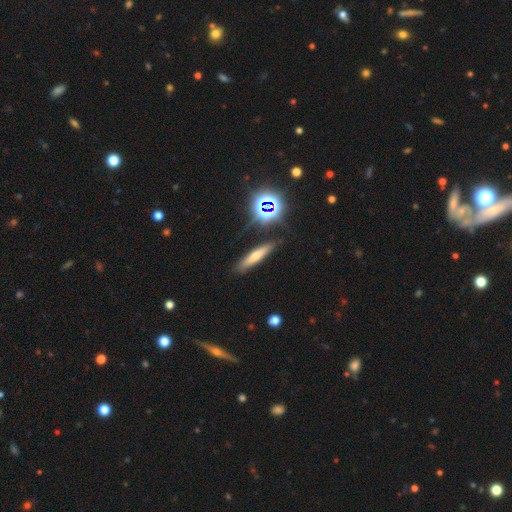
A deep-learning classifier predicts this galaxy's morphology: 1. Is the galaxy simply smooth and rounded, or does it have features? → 50% smooth, 30% featured or disk, 20% star or artifact.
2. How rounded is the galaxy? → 80% cigar-shaped, 14% in between, 5% round.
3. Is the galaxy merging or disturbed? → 84% none, 10% minor disturbance, 3% major disturbance, 3% merger.